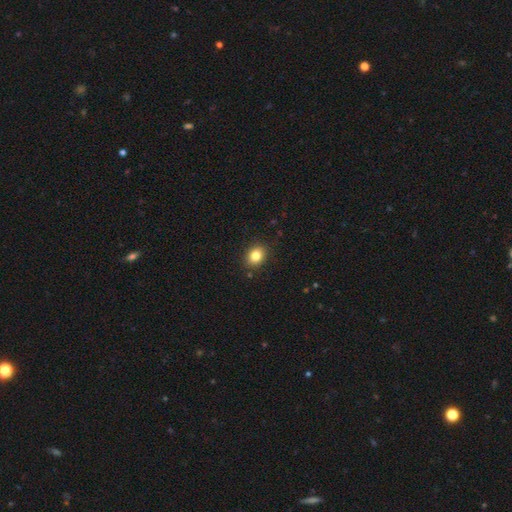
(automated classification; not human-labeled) smooth_or_featured: smooth (p=0.82) [alt: star or artifact p=0.11]
how_rounded: round (p=0.55) [alt: in between p=0.44]
merging: none (p=0.89) [alt: minor disturbance p=0.08]